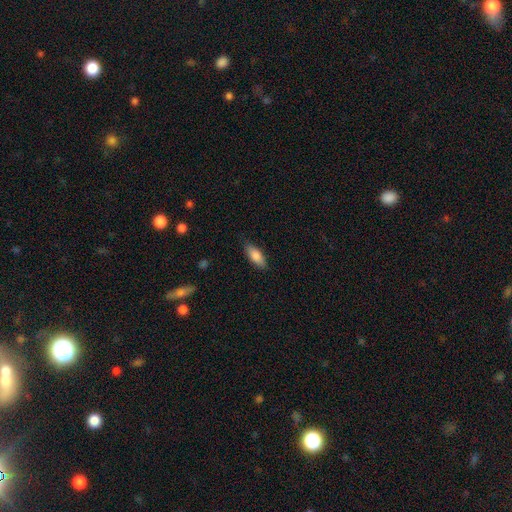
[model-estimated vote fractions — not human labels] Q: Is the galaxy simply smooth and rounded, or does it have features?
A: smooth — 81%.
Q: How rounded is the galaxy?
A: in between — 72%.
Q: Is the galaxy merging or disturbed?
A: none — 84%.